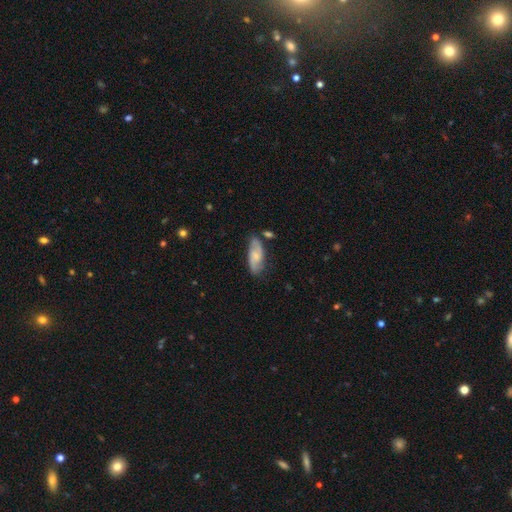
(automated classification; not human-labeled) Overall: smooth (50%; featured or disk 44%). Merging: none (68%).